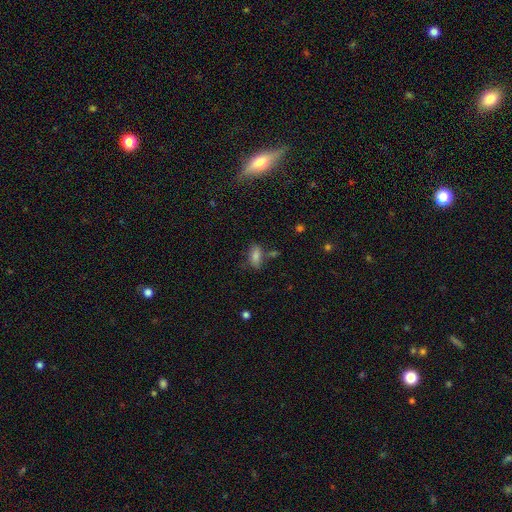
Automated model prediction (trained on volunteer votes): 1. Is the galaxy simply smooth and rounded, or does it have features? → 78% smooth, 11% featured or disk, 11% star or artifact.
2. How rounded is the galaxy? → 87% in between, 8% cigar-shaped, 5% round.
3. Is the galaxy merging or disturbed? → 62% none, 19% minor disturbance, 12% merger, 6% major disturbance.